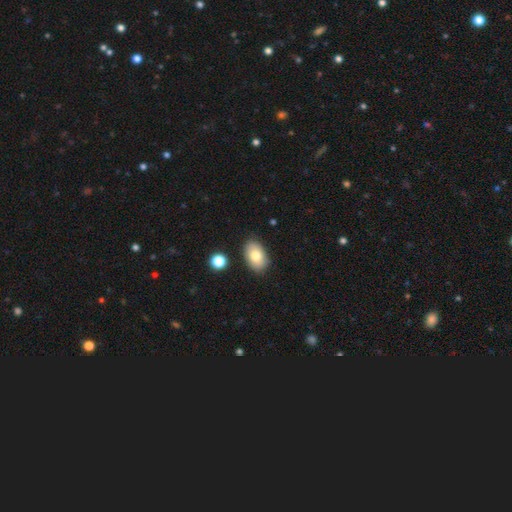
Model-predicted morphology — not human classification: Smooth or featured? Predicted: smooth (p=0.79). How rounded? Predicted: in between (p=0.91). Merging? Predicted: none (p=0.84).